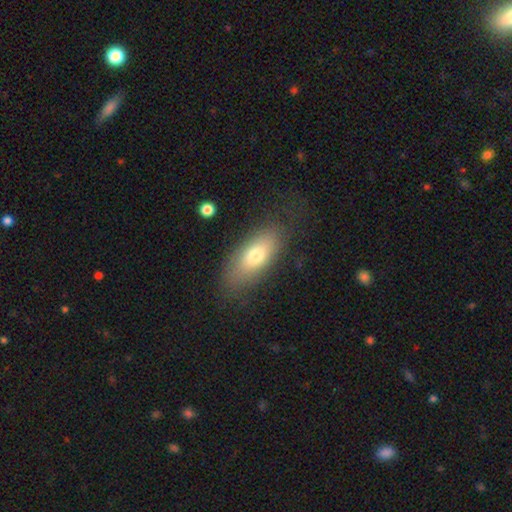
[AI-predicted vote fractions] The model was most divided on "smooth or featured": smooth: 71%, featured or disk: 20%, star or artifact: 8%. More confident: how rounded — in between (83%); merging — none (76%).